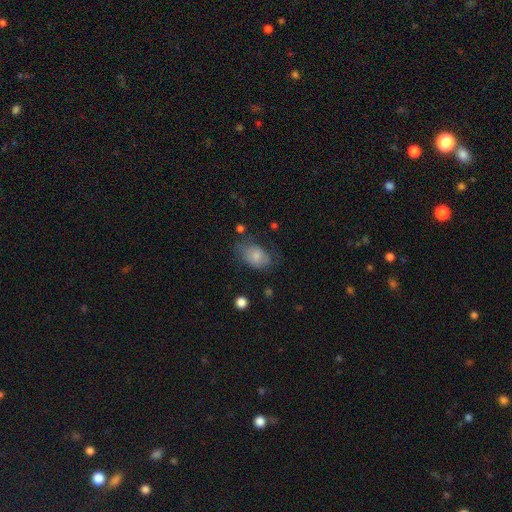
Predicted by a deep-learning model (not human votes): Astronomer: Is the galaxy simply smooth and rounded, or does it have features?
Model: smooth — 73%.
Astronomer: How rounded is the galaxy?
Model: in between — 82%.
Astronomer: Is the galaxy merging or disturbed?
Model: none — 45% (runner-up: minor disturbance, 33%).